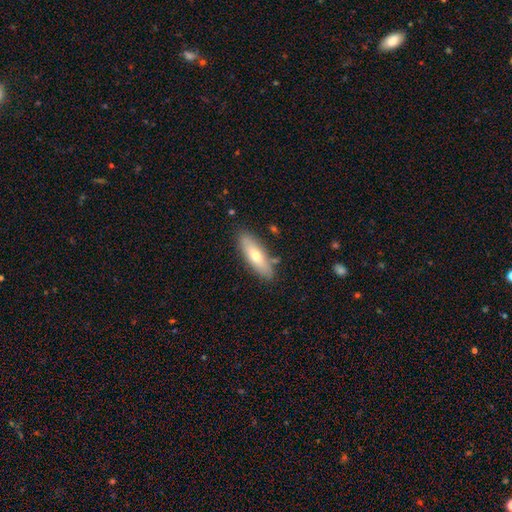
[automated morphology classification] Smooth or featured? Predicted: smooth (p=0.66). How rounded? Predicted: in between (p=0.57). Merging? Predicted: none (p=0.82).